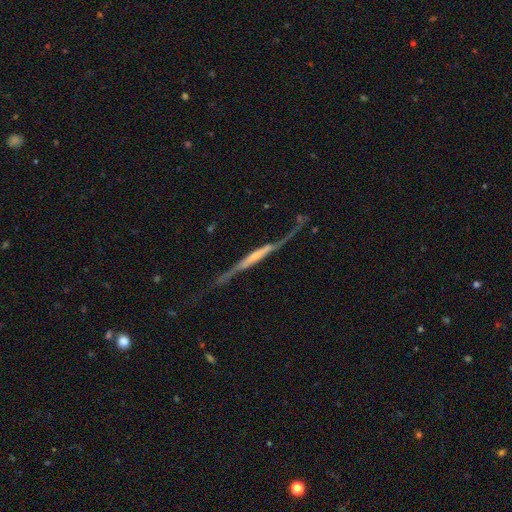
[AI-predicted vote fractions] Overall: featured or disk (80%). Edge-on disk: yes (75%). Edge-on bulge: none (35%; rounded 33%). Merging: none (47%; major disturbance 26%).